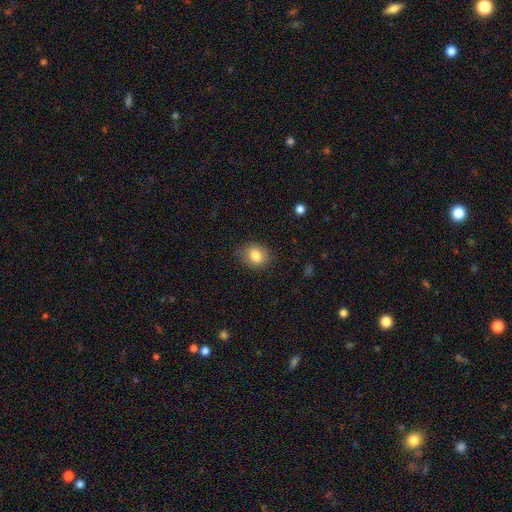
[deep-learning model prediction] This appears to be a smooth galaxy with no disk features (82%) that is round (51%). Merging: none (80%).